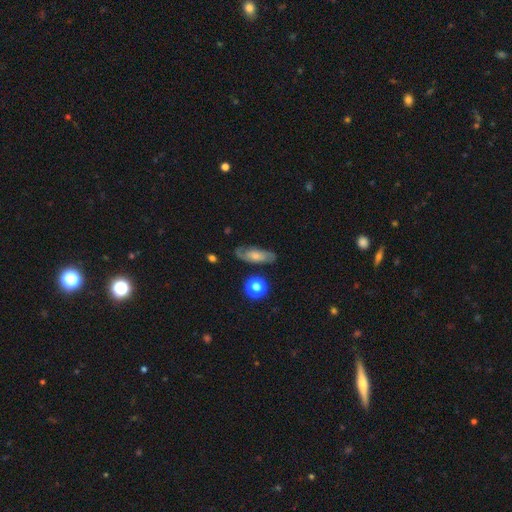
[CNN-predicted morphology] This appears to be a featured or disk galaxy (53%). Merging: none (72%).